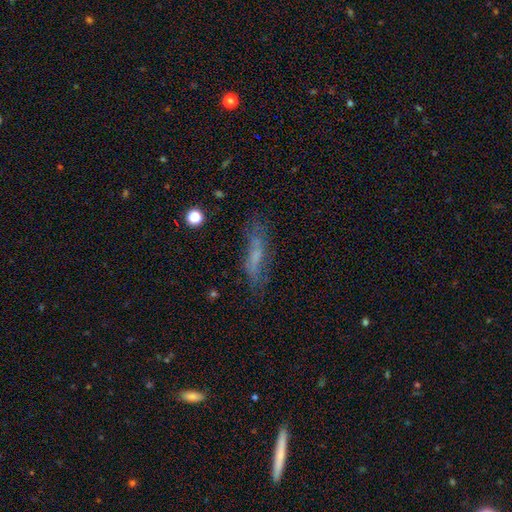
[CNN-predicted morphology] Q: Smooth or featured?
A: smooth (45%); runner-up: featured or disk (42%)
Q: Merging?
A: none (63%); runner-up: minor disturbance (21%)